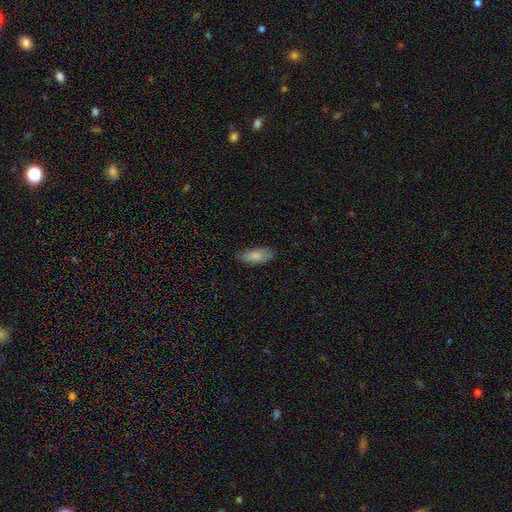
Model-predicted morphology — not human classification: Overall: smooth (84%). How rounded: in between (85%). Merging: none (79%).